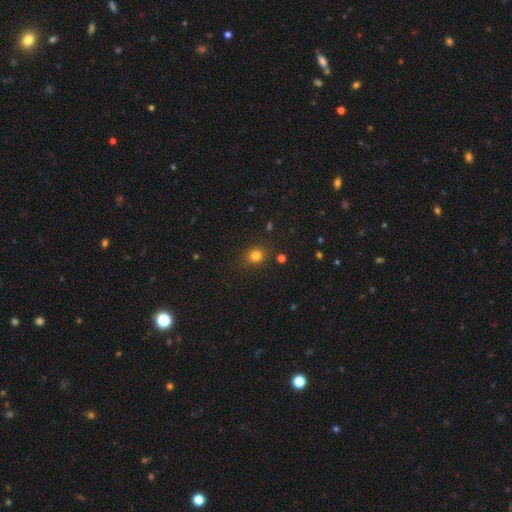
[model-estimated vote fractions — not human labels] A smooth galaxy with no disk features (81%) that is round (68%).

Vote fractions:
- Smooth or featured? smooth: 81% / star or artifact: 14% / featured or disk: 6%
- How rounded? round: 68% / in between: 31% / cigar-shaped: 1%
- Merging? none: 84% / minor disturbance: 10% / major disturbance: 3% / merger: 2%